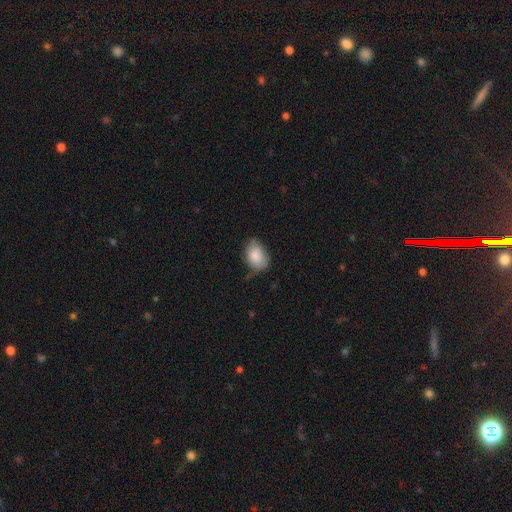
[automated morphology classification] smooth-or-featured: smooth: 85% | featured or disk: 8% | star or artifact: 7%
  how-rounded: in between: 80% | round: 19% | cigar-shaped: 1%
  merging: none: 55% | minor disturbance: 35% | major disturbance: 8% | merger: 2%